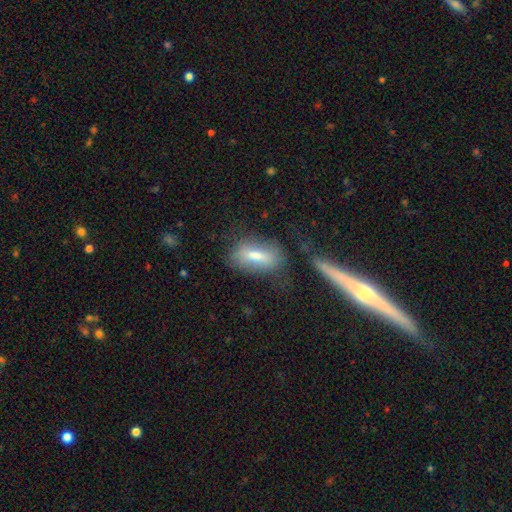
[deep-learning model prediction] Overall: smooth (68%). How rounded: in between (71%). Merging: none (59%; minor disturbance 21%).